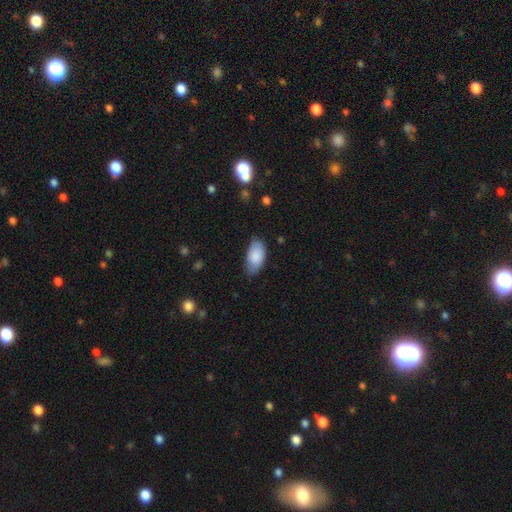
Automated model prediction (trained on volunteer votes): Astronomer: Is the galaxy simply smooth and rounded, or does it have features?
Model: smooth — 86%.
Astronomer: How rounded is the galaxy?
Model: in between — 95%.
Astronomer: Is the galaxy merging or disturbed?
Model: none — 70%.